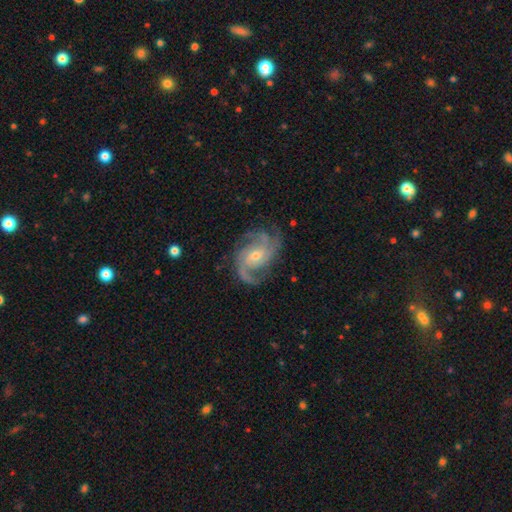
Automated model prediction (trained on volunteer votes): A featured or disk galaxy (89%) with no bar (60%), 3 (43%) medium (48%) spiral arms (98%) and a small central bulge (51%).

Vote fractions:
- Smooth or featured? featured or disk: 89% / star or artifact: 6% / smooth: 4%
- Edge-on disk? no: 98% / yes: 2%
- Bar? no: 60% / weak: 31% / strong: 9%
- Spiral arms? yes: 98% / no: 2%
- Spiral winding? medium: 48% / tight: 38% / loose: 13%
- Spiral arm count? 3: 43% / 4: 16% / 2: 16% / can't tell: 12% / more than 4: 6% / 1: 6%
- Bulge size? small: 51% / moderate: 45% / large: 2% / none: 1% / dominant: 1%
- Merging? none: 75% / minor disturbance: 16% / major disturbance: 7% / merger: 1%